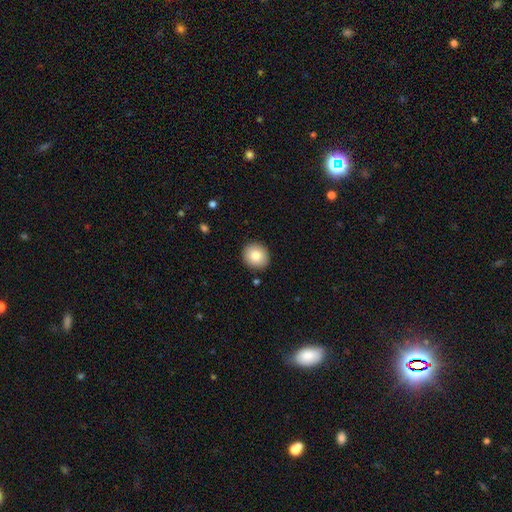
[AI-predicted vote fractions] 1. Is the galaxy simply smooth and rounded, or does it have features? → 84% smooth, 8% featured or disk, 8% star or artifact.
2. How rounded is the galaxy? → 84% round, 15% in between, 1% cigar-shaped.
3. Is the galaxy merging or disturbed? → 90% none, 7% minor disturbance, 2% major disturbance, 1% merger.